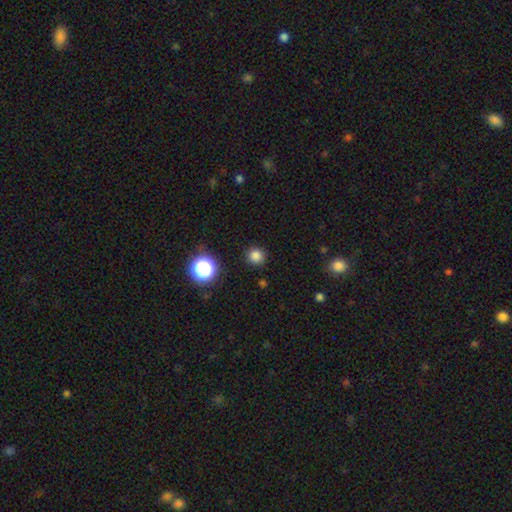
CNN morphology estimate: A smooth galaxy with no disk features (81%) that is round (94%).

Vote fractions:
- Smooth or featured? smooth: 81% / star or artifact: 15% / featured or disk: 4%
- How rounded? round: 94% / in between: 5% / cigar-shaped: 1%
- Merging? none: 91% / minor disturbance: 6% / major disturbance: 2% / merger: 1%